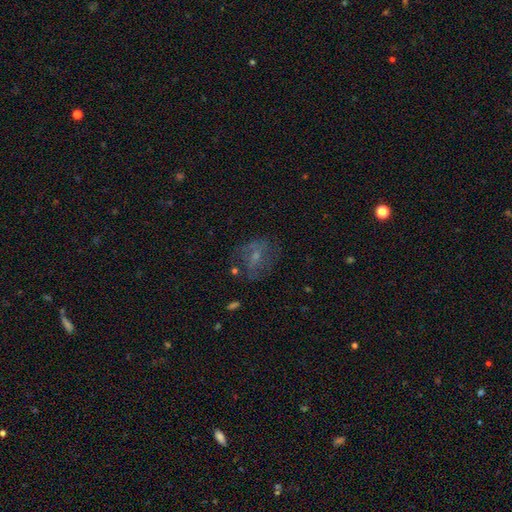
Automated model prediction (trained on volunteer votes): featured or disk 48%, smooth 35%, star or artifact 16%. Down the decision tree: merging — none (61%).